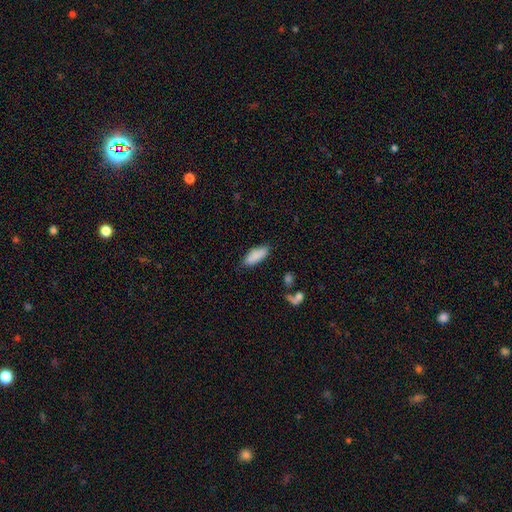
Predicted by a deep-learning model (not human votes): Overall: smooth (86%). How rounded: in between (76%). Merging: none (74%).